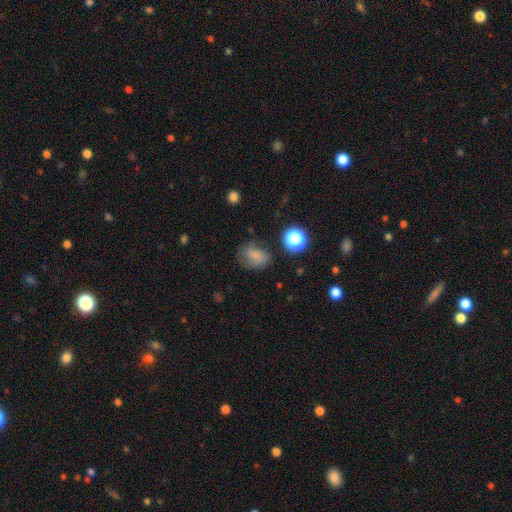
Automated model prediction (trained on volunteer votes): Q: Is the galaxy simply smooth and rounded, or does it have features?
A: smooth — 71%.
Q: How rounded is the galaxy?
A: in between — 66%.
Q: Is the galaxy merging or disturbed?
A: none — 61%.